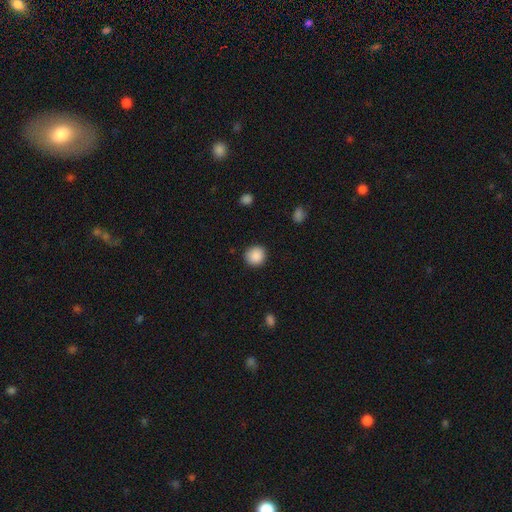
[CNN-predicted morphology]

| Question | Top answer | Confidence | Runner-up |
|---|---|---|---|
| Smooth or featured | smooth | 89% | star or artifact (8%) |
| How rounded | round | 92% | in between (7%) |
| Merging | none | 91% | minor disturbance (6%) |